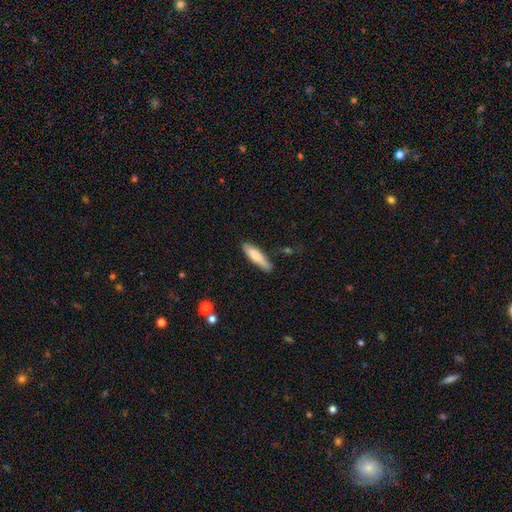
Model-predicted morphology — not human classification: Smooth or featured? smooth (79%)
How rounded? cigar-shaped (74%)
Merging? none (79%)